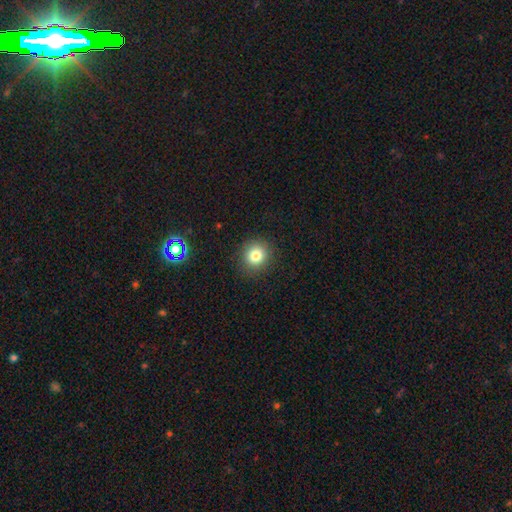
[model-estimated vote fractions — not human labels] smooth-or-featured: smooth: 81% | star or artifact: 12% | featured or disk: 7%
  how-rounded: round: 85% | in between: 14% | cigar-shaped: 1%
  merging: none: 89% | minor disturbance: 7% | major disturbance: 2% | merger: 1%